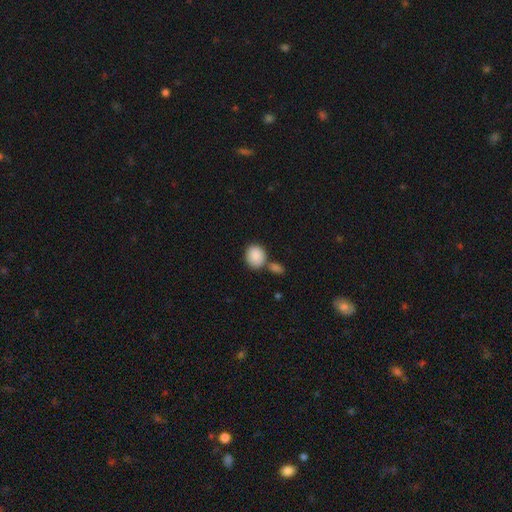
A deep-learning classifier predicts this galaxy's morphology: Smooth or featured: smooth — 89% (star or artifact — 7%)
How rounded: round — 66% (in between — 33%)
Merging: none — 55% (merger — 27%)